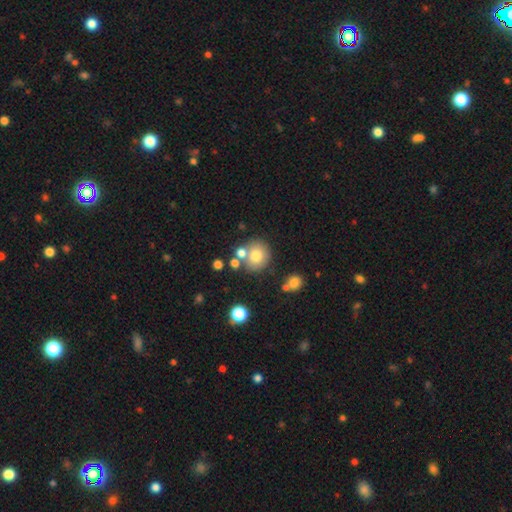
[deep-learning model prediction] smooth 74%, featured or disk 14%, star or artifact 12%. Down the decision tree: how rounded — round (86%); merging — none (66%).